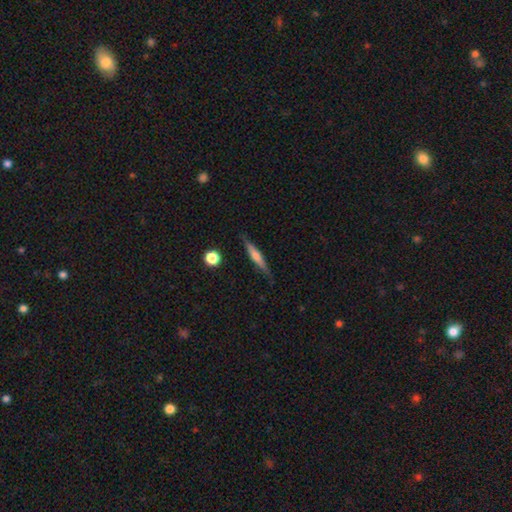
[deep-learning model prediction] Smooth or featured? Predicted: featured or disk (p=0.48). Merging? Predicted: none (p=0.84).